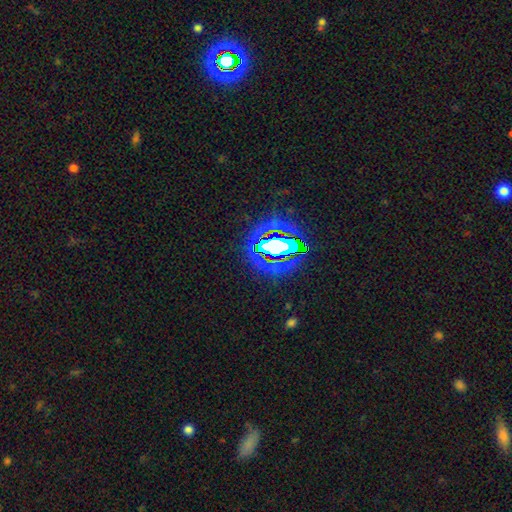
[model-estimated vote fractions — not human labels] smooth_or_featured: star or artifact (p=0.80) [alt: smooth p=0.11]